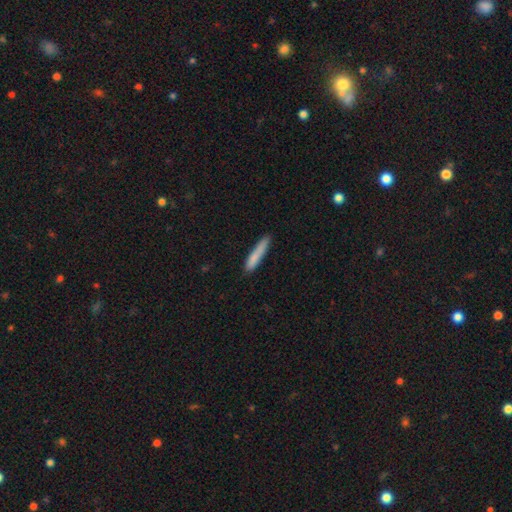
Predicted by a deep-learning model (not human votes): A smooth galaxy with no disk features (84%) that is cigar-shaped (91%). Merging: none (83%).